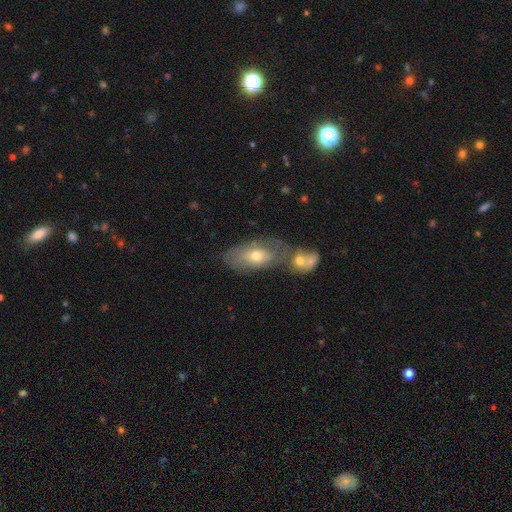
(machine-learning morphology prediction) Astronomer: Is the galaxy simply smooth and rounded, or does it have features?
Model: smooth — 53% (runner-up: featured or disk, 40%).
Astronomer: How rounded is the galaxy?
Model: in between — 89%.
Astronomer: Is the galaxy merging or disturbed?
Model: merger — 38% (runner-up: none, 36%).